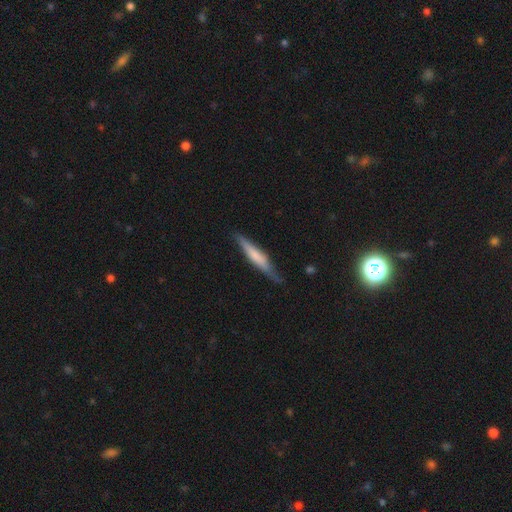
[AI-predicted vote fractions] Overall: smooth (55%; featured or disk 40%). How rounded: cigar-shaped (91%). Merging: none (74%).